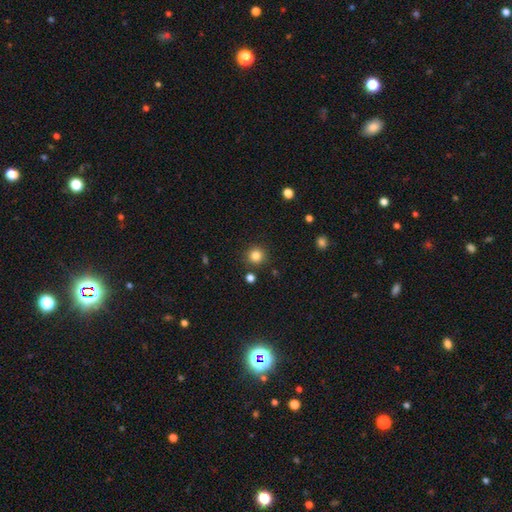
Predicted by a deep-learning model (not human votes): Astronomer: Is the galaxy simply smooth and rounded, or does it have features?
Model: smooth — 83%.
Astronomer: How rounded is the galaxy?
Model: round — 93%.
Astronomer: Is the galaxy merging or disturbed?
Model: none — 87%.